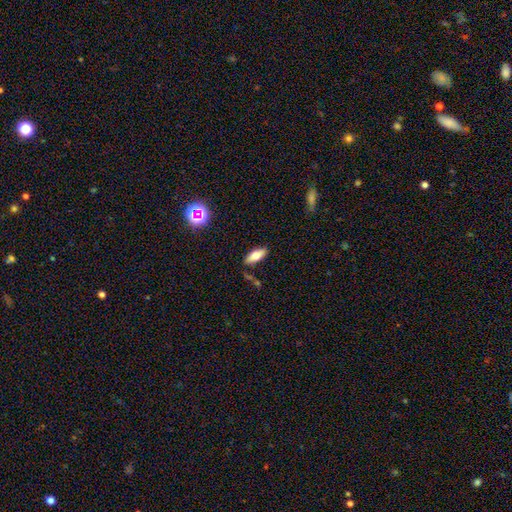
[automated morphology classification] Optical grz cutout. It shows a smooth galaxy with no disk features (69%) that is in between round and cigar-shaped (75%). Merging: none (82%).